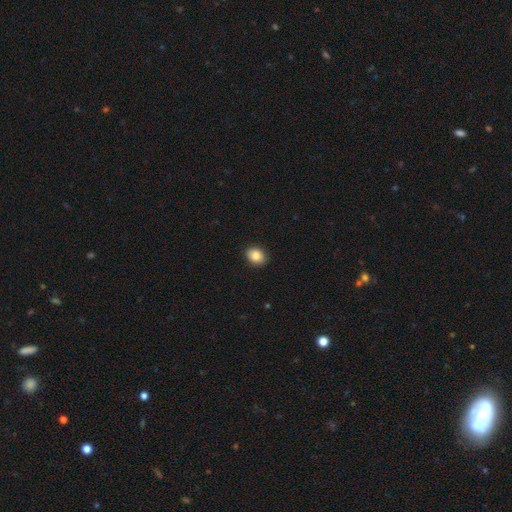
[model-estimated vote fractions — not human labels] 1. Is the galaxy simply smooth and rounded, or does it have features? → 87% smooth, 8% star or artifact, 5% featured or disk.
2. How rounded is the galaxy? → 64% in between, 35% round, 1% cigar-shaped.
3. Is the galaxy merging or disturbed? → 90% none, 7% minor disturbance, 2% major disturbance, 1% merger.